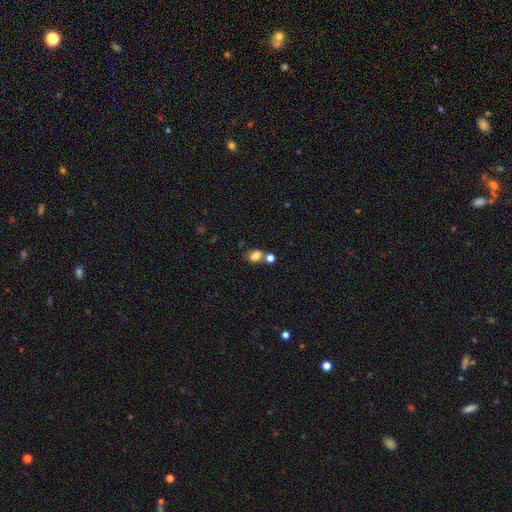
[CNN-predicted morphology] Q: Smooth or featured?
A: smooth (80%); runner-up: star or artifact (12%)
Q: How rounded?
A: in between (64%); runner-up: round (35%)
Q: Merging?
A: none (51%); runner-up: merger (30%)